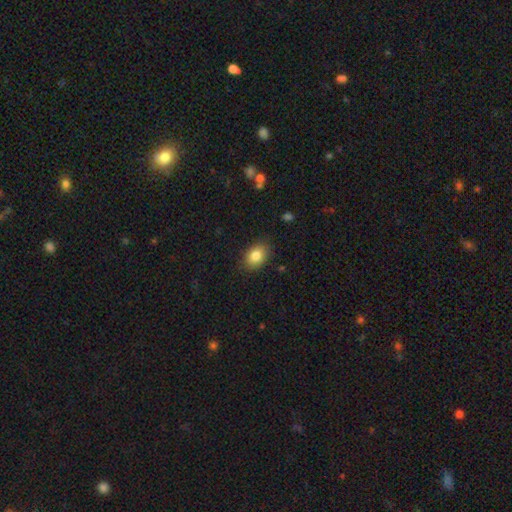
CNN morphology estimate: smooth 84%, star or artifact 9%, featured or disk 7%. Down the decision tree: how rounded — in between (76%); merging — none (86%).